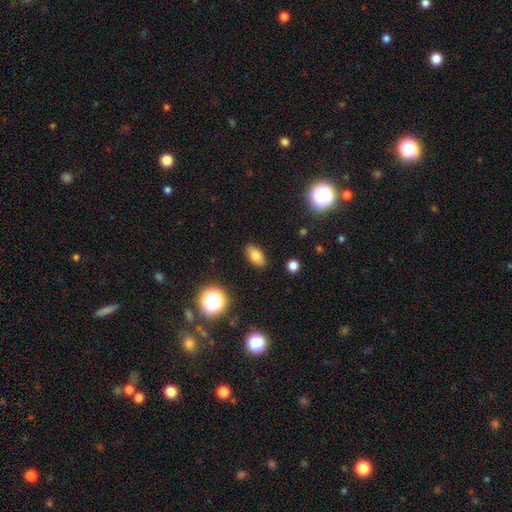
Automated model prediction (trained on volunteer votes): This is likely a smooth galaxy (77%). How rounded: clearly in between (89%). Merging: clearly none (88%).